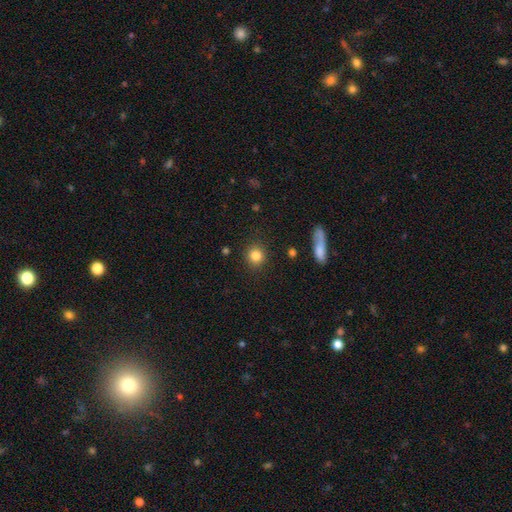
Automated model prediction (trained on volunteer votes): A smooth galaxy with no disk features (84%) that is round (90%). Merging: none (89%).